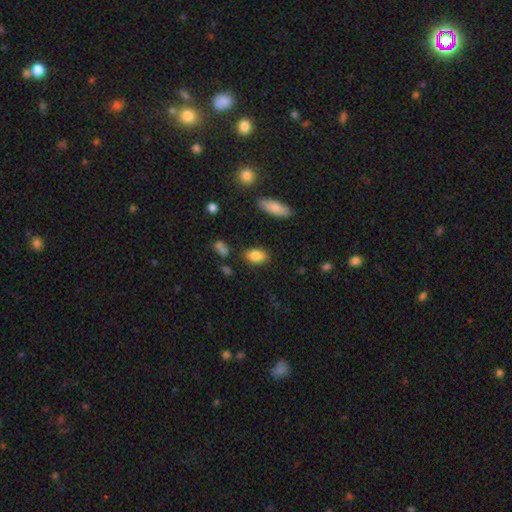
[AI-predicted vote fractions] Overall: smooth (84%). How rounded: in between (90%). Merging: none (82%).